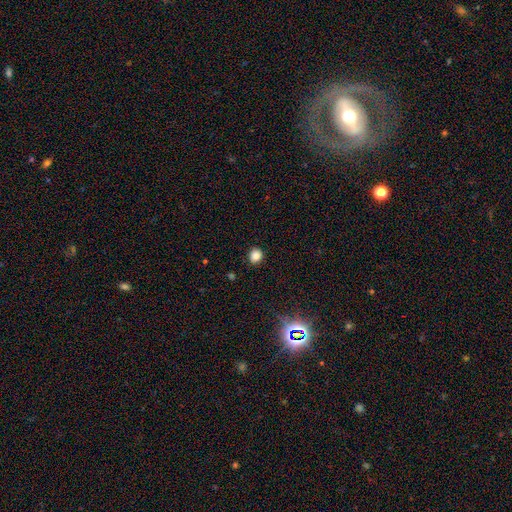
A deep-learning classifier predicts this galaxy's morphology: Smooth or featured? Predicted: smooth (p=0.84). How rounded? Predicted: round (p=0.75). Merging? Predicted: none (p=0.89).